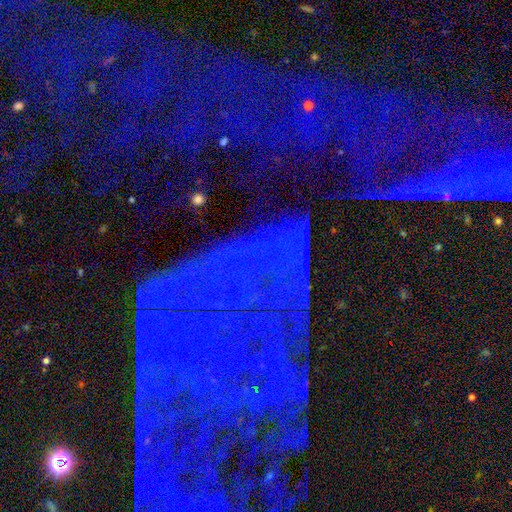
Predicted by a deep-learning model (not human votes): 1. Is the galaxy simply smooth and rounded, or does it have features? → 81% star or artifact, 11% featured or disk, 9% smooth.